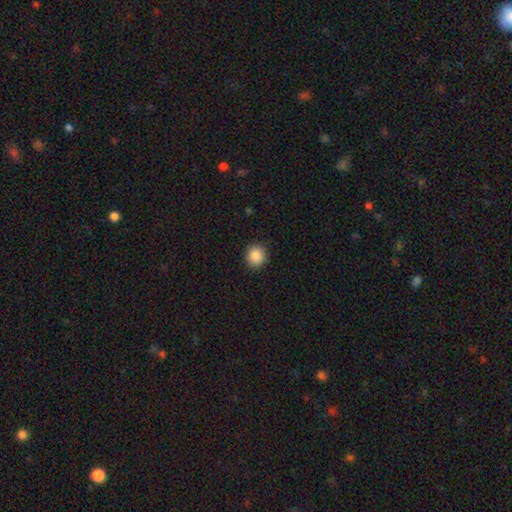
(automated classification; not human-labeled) Q: Smooth or featured?
A: smooth (88%); runner-up: star or artifact (9%)
Q: How rounded?
A: round (88%); runner-up: in between (11%)
Q: Merging?
A: none (91%); runner-up: minor disturbance (6%)